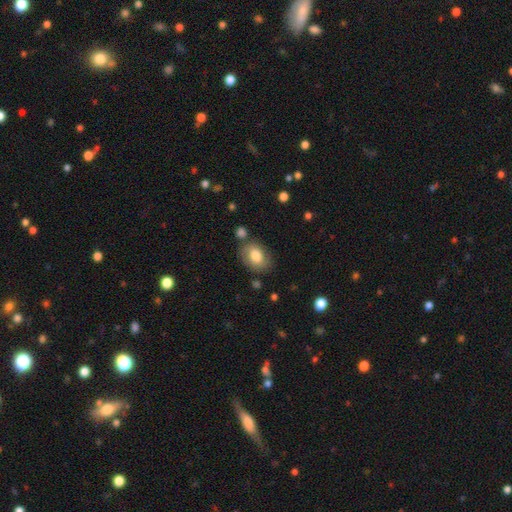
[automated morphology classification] smooth-or-featured: smooth: 77% | featured or disk: 16% | star or artifact: 7%
  how-rounded: in between: 75% | round: 24% | cigar-shaped: 1%
  merging: none: 68% | minor disturbance: 20% | merger: 6% | major disturbance: 6%